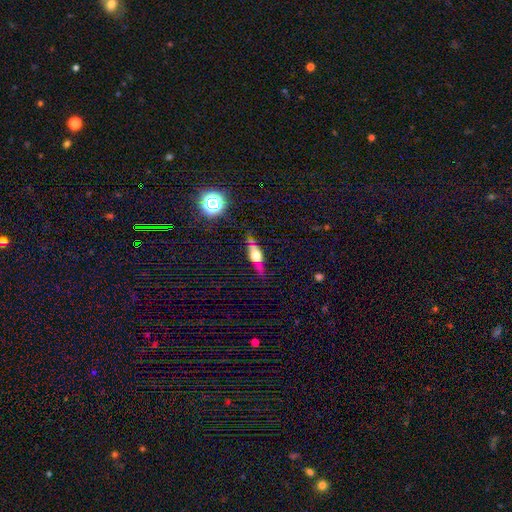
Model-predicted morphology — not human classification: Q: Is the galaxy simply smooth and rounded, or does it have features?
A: smooth — 45%.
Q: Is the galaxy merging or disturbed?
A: none — 64%.